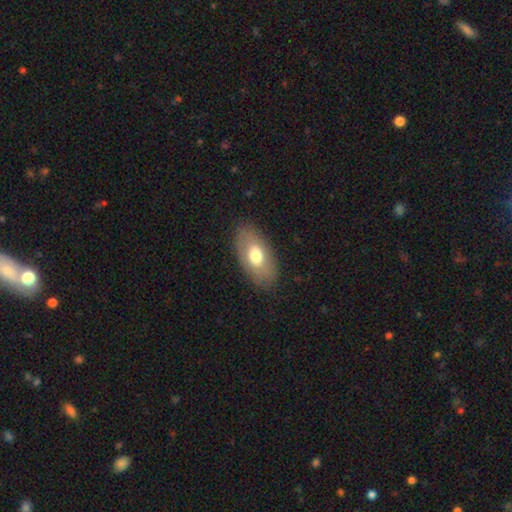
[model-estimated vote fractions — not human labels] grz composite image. It shows a smooth galaxy with no disk features (66%) that is in between round and cigar-shaped (92%). Merging: none (83%).